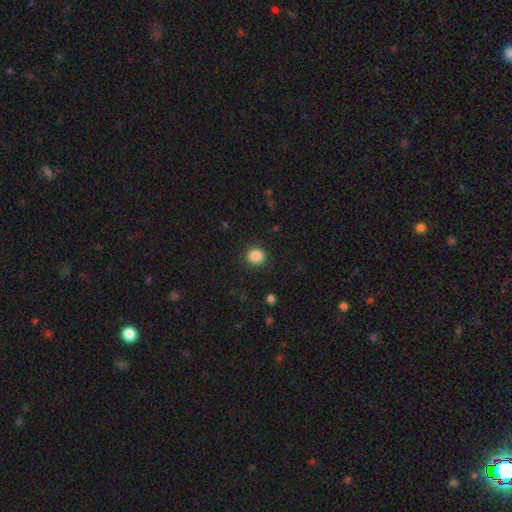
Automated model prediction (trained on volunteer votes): smooth 86%, star or artifact 10%, featured or disk 4%. Down the decision tree: how rounded — round (84%); merging — none (88%).